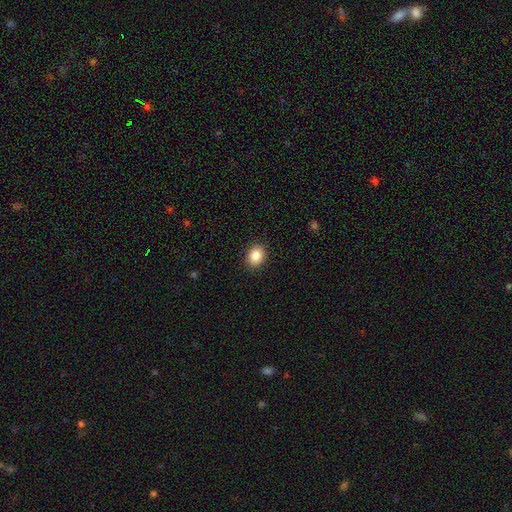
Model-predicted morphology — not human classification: Smooth or featured? Predicted: smooth (p=0.87). How rounded? Predicted: round (p=0.51). Merging? Predicted: none (p=0.90).